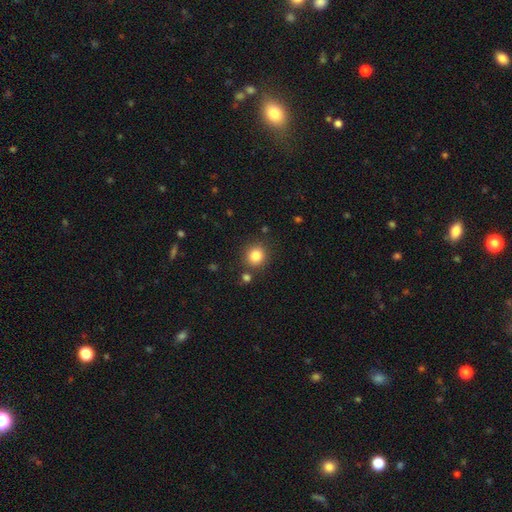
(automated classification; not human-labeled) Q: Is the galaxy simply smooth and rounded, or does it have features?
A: smooth — 84%.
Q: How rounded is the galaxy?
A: round — 90%.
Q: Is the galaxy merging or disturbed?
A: none — 84%.